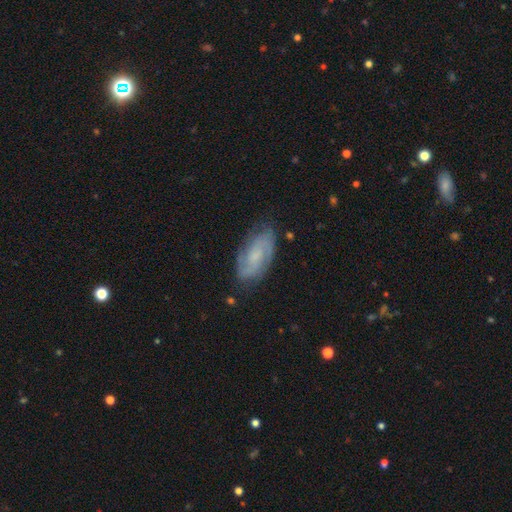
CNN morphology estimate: This is likely a featured or disk galaxy (72%). It is clearly not viewed edge-on (95%). Bar: possibly no (56%). Spiral arm pattern: clearly yes (93%). Spiral arm count: likely 2 (70%). Spiral winding: marginally medium (44%). Central bulge: possibly small (46%). Merging: likely none (77%).